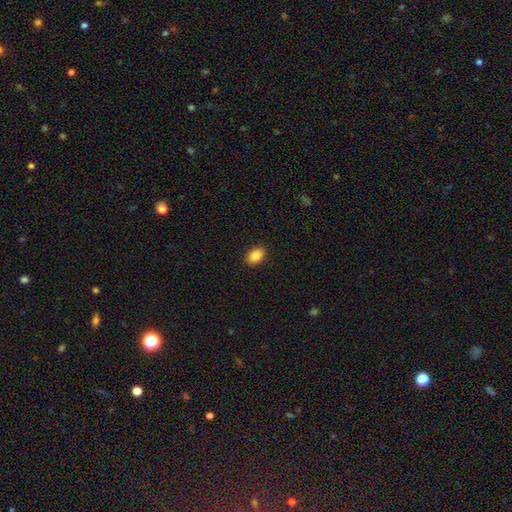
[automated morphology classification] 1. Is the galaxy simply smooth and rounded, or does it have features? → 88% smooth, 8% star or artifact, 4% featured or disk.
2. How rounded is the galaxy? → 79% in between, 20% round, 1% cigar-shaped.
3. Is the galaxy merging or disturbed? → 90% none, 7% minor disturbance, 2% major disturbance, 1% merger.